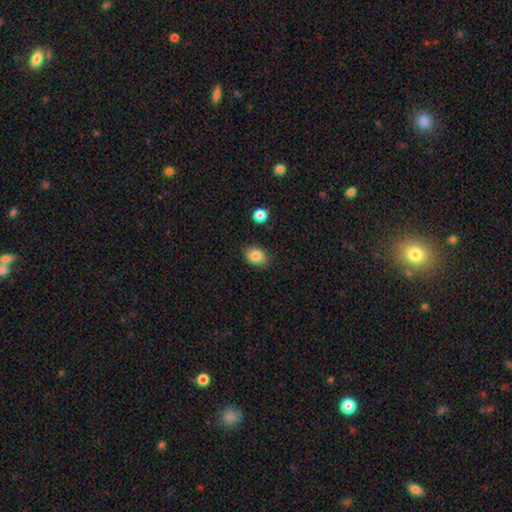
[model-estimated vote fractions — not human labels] Smooth or featured? smooth (85%)
How rounded? in between (54%)
Merging? none (82%)